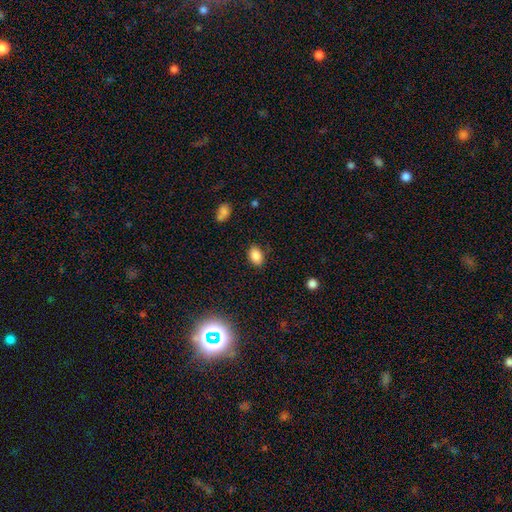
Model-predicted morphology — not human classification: Smooth or featured? smooth (86%)
How rounded? in between (84%)
Merging? none (84%)